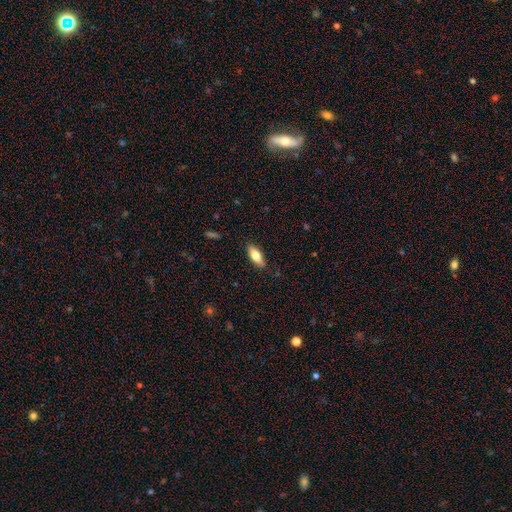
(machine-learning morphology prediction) Q: Smooth or featured?
A: smooth (70%); runner-up: featured or disk (24%)
Q: How rounded?
A: in between (70%); runner-up: cigar-shaped (28%)
Q: Merging?
A: none (88%); runner-up: minor disturbance (10%)